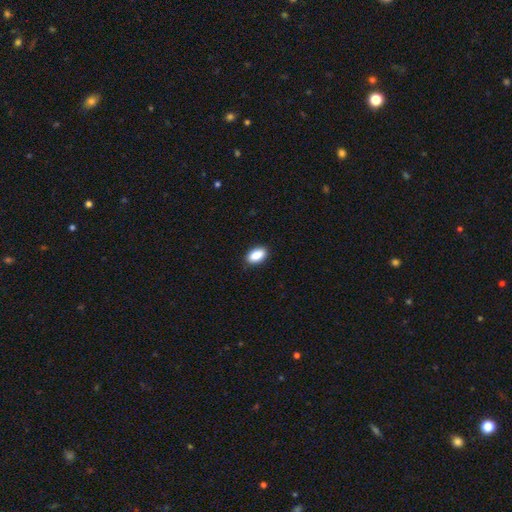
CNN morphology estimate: Smooth or featured? smooth (88%)
How rounded? in between (92%)
Merging? none (88%)